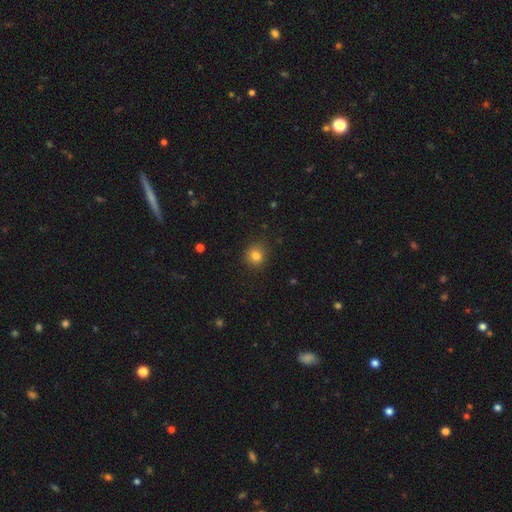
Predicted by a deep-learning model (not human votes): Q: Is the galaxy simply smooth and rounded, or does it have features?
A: smooth — 81%.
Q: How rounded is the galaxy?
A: round — 87%.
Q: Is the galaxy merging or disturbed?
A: none — 86%.